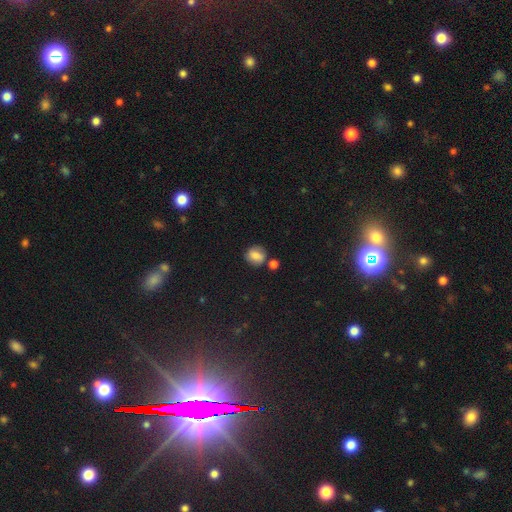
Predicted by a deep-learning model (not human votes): smooth 78%, featured or disk 11%, star or artifact 11%. Down the decision tree: how rounded — round (71%); merging — none (68%).